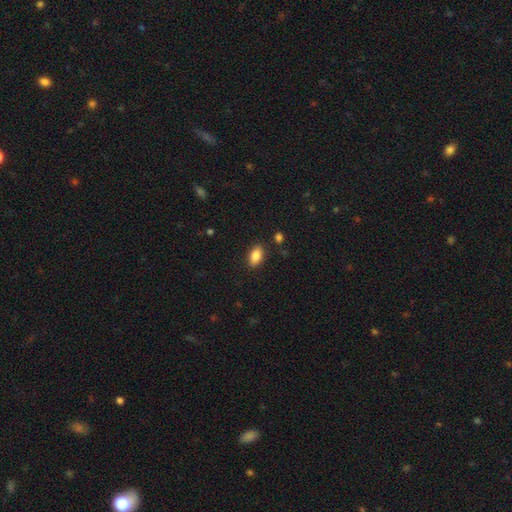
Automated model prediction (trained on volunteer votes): A smooth galaxy with no disk features (85%) that is in between round and cigar-shaped (91%).

Vote fractions:
- Smooth or featured? smooth: 85% / star or artifact: 8% / featured or disk: 7%
- How rounded? in between: 91% / round: 5% / cigar-shaped: 4%
- Merging? none: 87% / minor disturbance: 9% / major disturbance: 2% / merger: 2%